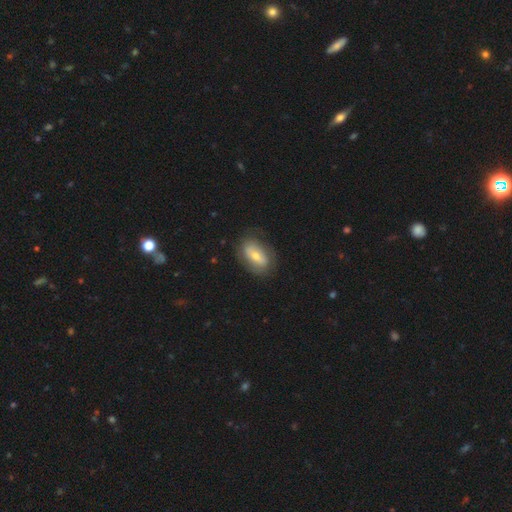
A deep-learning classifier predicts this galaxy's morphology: smooth_or_featured: smooth (p=0.55) [alt: featured or disk p=0.39]
how_rounded: in between (p=0.88) [alt: round p=0.08]
merging: none (p=0.76) [alt: minor disturbance p=0.17]